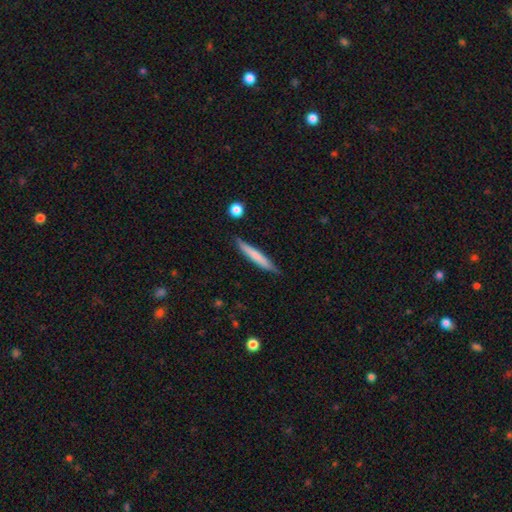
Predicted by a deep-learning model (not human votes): Smooth or featured?
  - smooth: 67% *
  - featured or disk: 28%
  - star or artifact: 6%
How rounded?
  - cigar-shaped: 95% *
  - in between: 3%
  - round: 1%
Merging?
  - none: 85% *
  - minor disturbance: 11%
  - major disturbance: 2%
  - merger: 2%